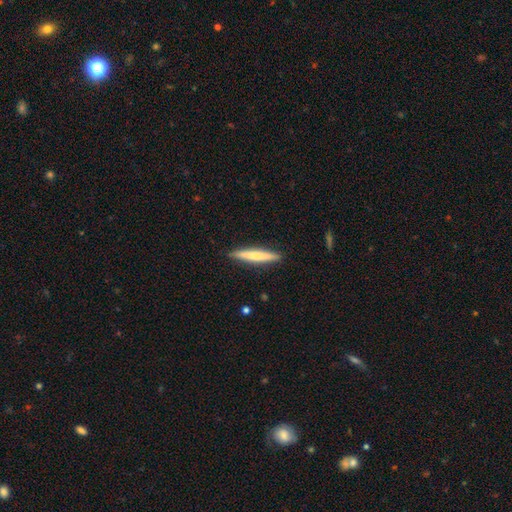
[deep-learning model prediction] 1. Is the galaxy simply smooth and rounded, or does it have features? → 65% smooth, 30% featured or disk, 5% star or artifact.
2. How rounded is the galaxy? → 94% cigar-shaped, 4% in between, 1% round.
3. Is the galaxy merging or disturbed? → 91% none, 7% minor disturbance, 1% major disturbance, 1% merger.